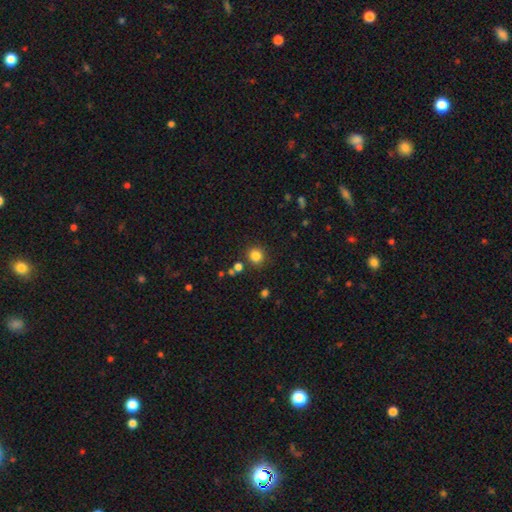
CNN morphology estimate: The model was most divided on "smooth or featured": smooth: 83%, star or artifact: 13%, featured or disk: 4%. More confident: how rounded — round (87%); merging — none (85%).